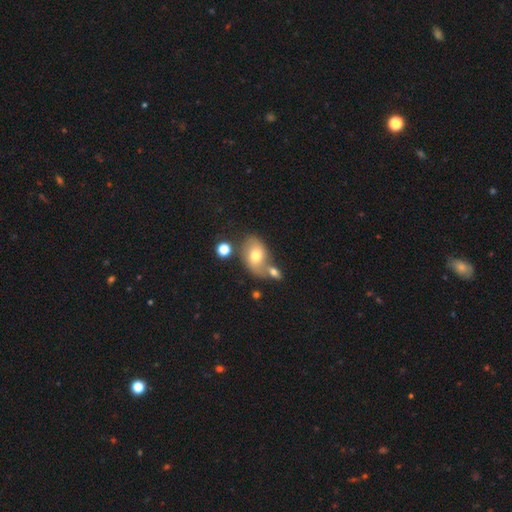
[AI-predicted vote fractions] smooth_or_featured: smooth (p=0.67) [alt: featured or disk p=0.25]
how_rounded: in between (p=0.80) [alt: round p=0.18]
merging: none (p=0.49) [alt: merger p=0.30]